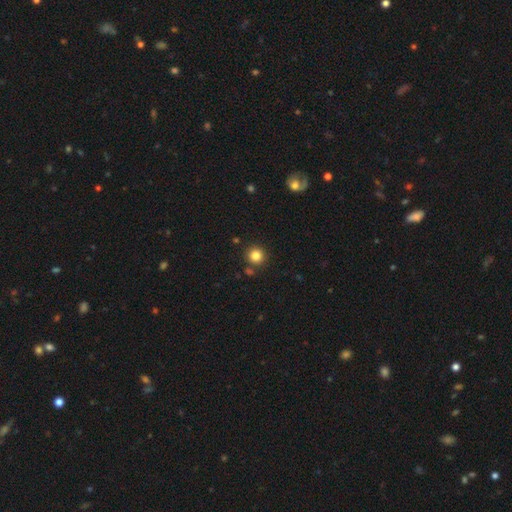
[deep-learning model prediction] A smooth galaxy with no disk features (83%) that is round (94%). Merging: none (86%).